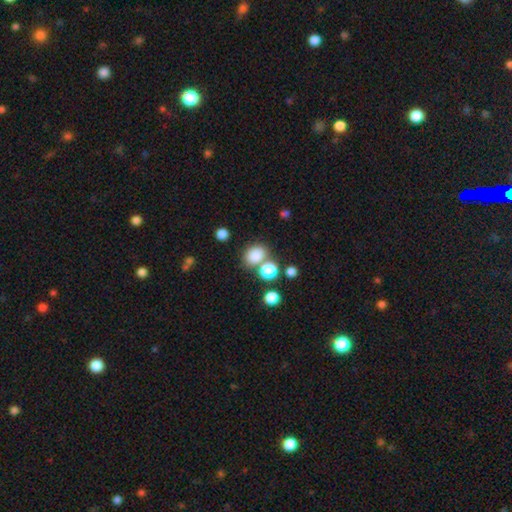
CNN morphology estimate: The model was most divided on "how rounded": round: 54%, in between: 45%, cigar-shaped: 1%. More confident: smooth or featured — smooth (81%); merging — none (62%).